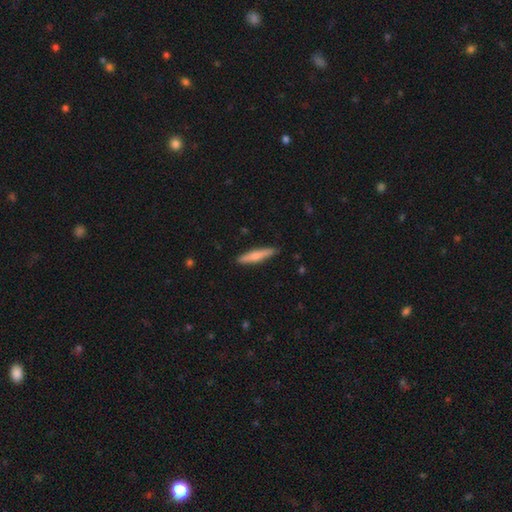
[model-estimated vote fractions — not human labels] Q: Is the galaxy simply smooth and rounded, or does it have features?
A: smooth — 68%.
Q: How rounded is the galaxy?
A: cigar-shaped — 88%.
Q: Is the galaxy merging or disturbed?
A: none — 88%.